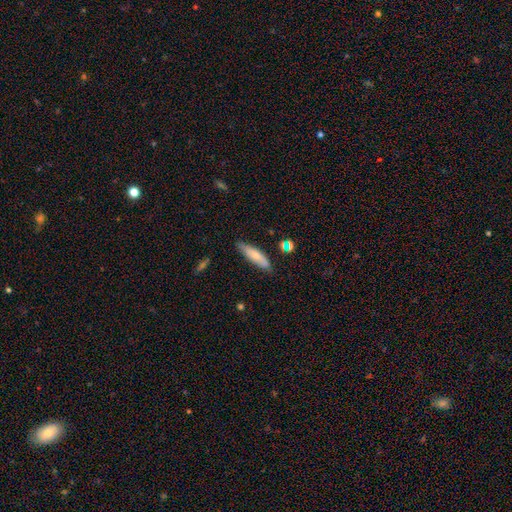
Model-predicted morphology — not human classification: A smooth galaxy with no disk features (72%) that is cigar-shaped (67%). Merging: none (79%).